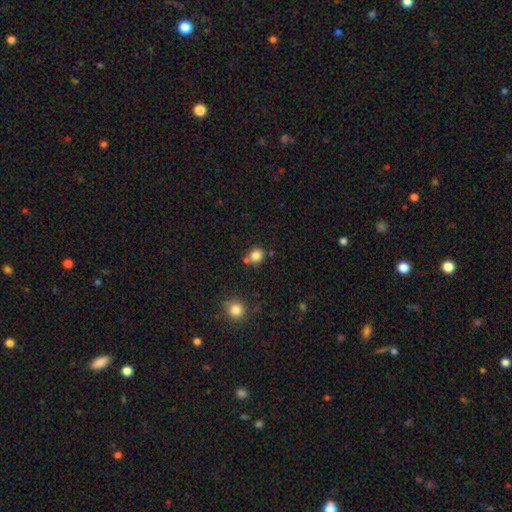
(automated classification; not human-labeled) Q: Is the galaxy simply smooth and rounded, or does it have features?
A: smooth — 83%.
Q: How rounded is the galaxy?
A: round — 75%.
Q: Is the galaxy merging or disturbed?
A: none — 68%.